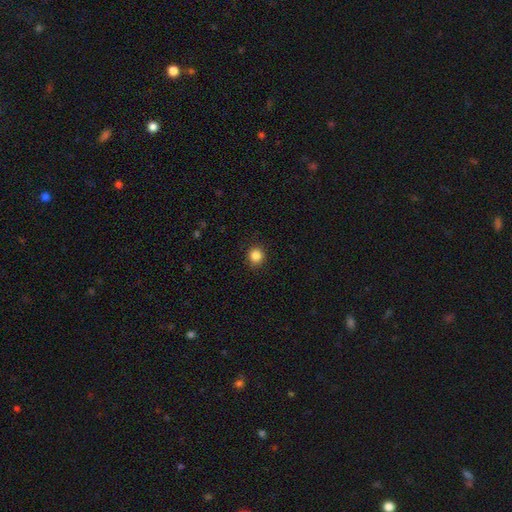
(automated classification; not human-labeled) Smooth or featured: smooth — 86% (star or artifact — 11%)
How rounded: round — 91% (in between — 8%)
Merging: none — 90% (minor disturbance — 7%)